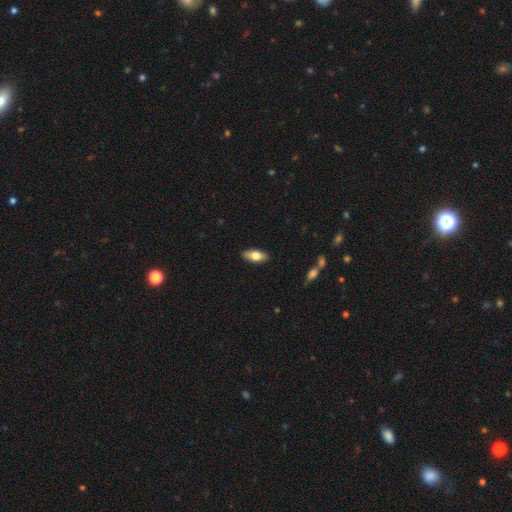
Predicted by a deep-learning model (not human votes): Smooth or featured? Predicted: smooth (p=0.75). How rounded? Predicted: in between (p=0.87). Merging? Predicted: none (p=0.88).